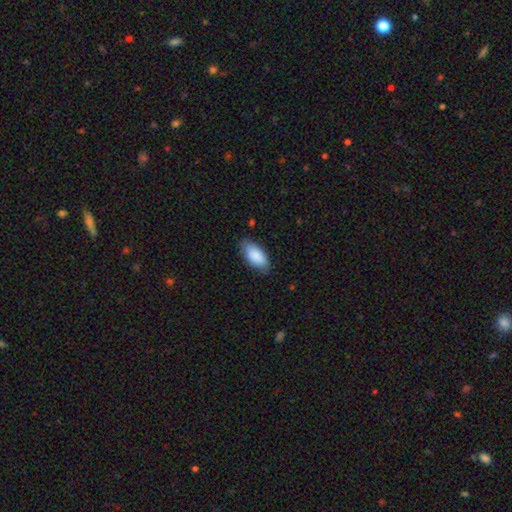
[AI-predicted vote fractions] Overall: smooth (88%). How rounded: in between (91%). Merging: none (79%).